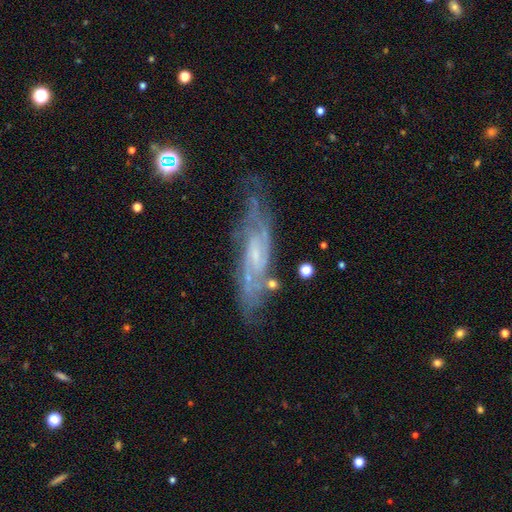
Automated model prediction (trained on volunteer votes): This appears to be a featured or disk galaxy (79%) with no bar (47%), tight (44%) spiral arms (89%) and a small central bulge (61%). Merging: none (67%).